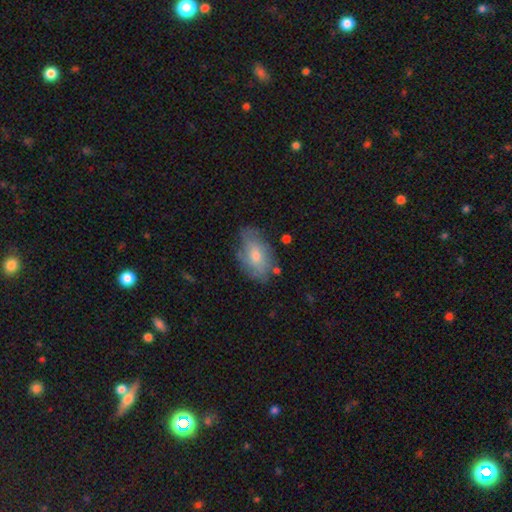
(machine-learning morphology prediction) The model was most divided on "smooth or featured": smooth: 62%, featured or disk: 31%, star or artifact: 7%. More confident: how rounded — in between (89%); merging — none (65%).